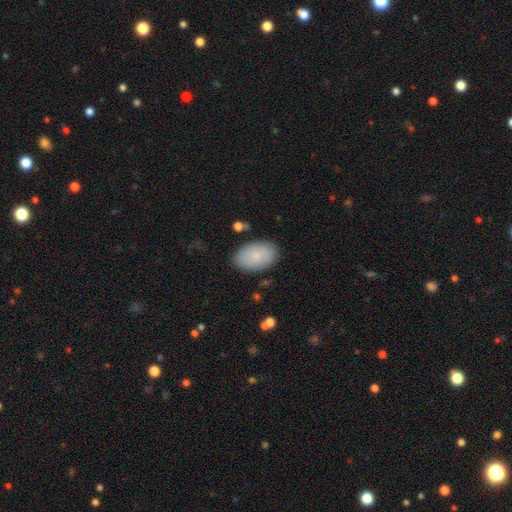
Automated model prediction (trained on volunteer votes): The model was most divided on "smooth or featured": smooth: 82%, featured or disk: 11%, star or artifact: 6%. More confident: how rounded — in between (92%); merging — none (86%).